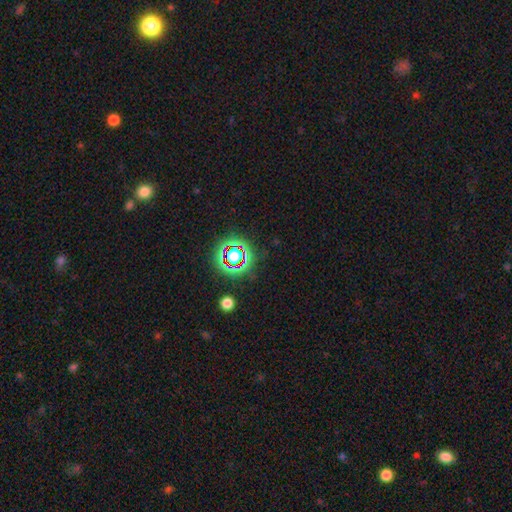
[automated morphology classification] type=star or artifact (75%).